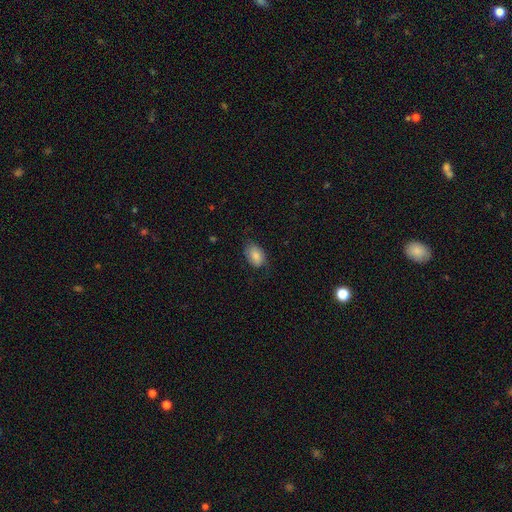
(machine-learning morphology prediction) This is clearly a smooth galaxy (80%). How rounded: clearly in between (87%). Merging: likely none (65%).